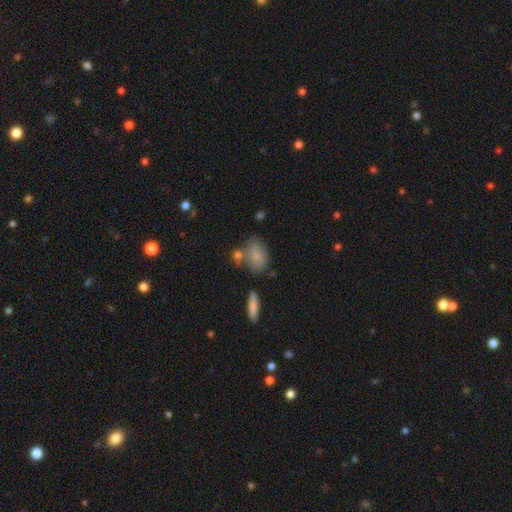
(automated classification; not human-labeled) A smooth galaxy with no disk features (77%) that is in between round and cigar-shaped (75%).

Vote fractions:
- Smooth or featured? smooth: 77% / featured or disk: 16% / star or artifact: 7%
- How rounded? in between: 75% / round: 22% / cigar-shaped: 3%
- Merging? none: 51% / minor disturbance: 22% / merger: 19% / major disturbance: 8%